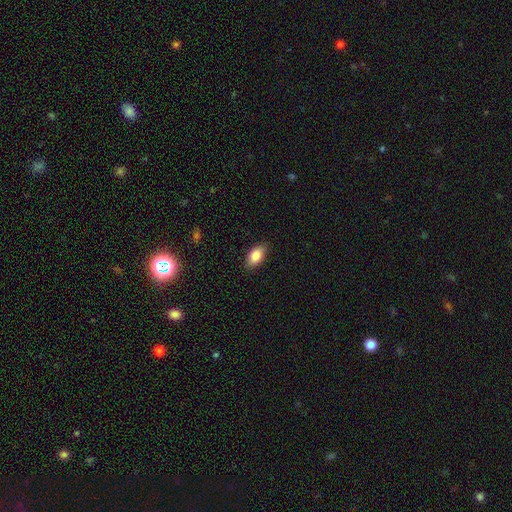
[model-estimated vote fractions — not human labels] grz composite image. It shows a smooth galaxy with no disk features (85%) that is in between round and cigar-shaped (91%). Merging: none (87%).